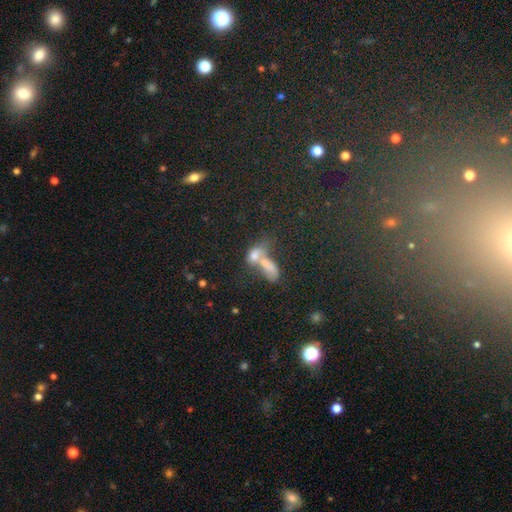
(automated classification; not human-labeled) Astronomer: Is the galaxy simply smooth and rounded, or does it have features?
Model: smooth — 55%.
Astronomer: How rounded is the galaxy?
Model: in between — 69%.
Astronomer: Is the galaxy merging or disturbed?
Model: merger — 66%.